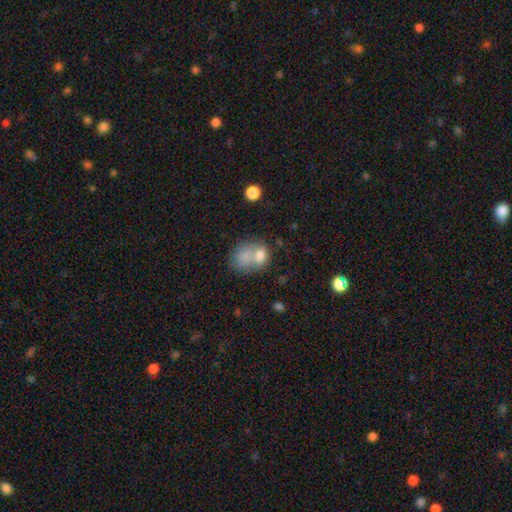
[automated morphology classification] Smooth or featured: smooth — 74% (featured or disk — 16%)
How rounded: in between — 57% (round — 42%)
Merging: merger — 56% (none — 26%)